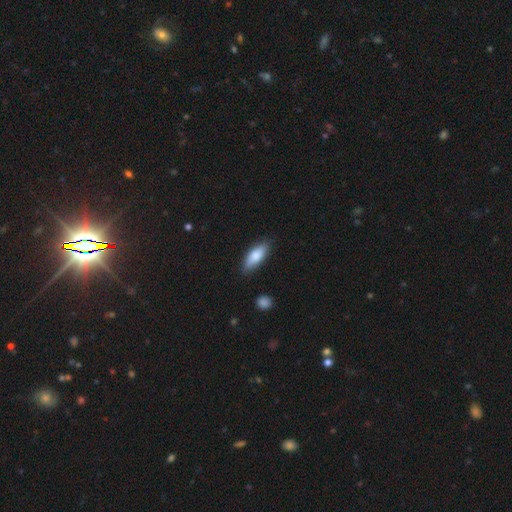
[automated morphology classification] Smooth or featured?
  - smooth: 79% *
  - featured or disk: 15%
  - star or artifact: 6%
How rounded?
  - in between: 68% *
  - cigar-shaped: 30%
  - round: 2%
Merging?
  - none: 81% *
  - minor disturbance: 14%
  - major disturbance: 3%
  - merger: 2%